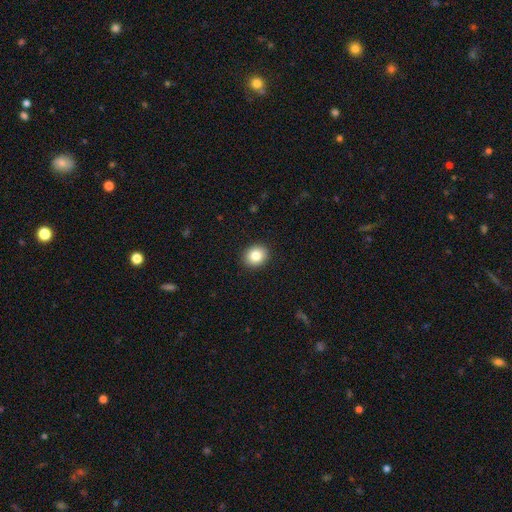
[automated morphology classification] A smooth galaxy with no disk features (83%) that is round (68%). Merging: none (92%).